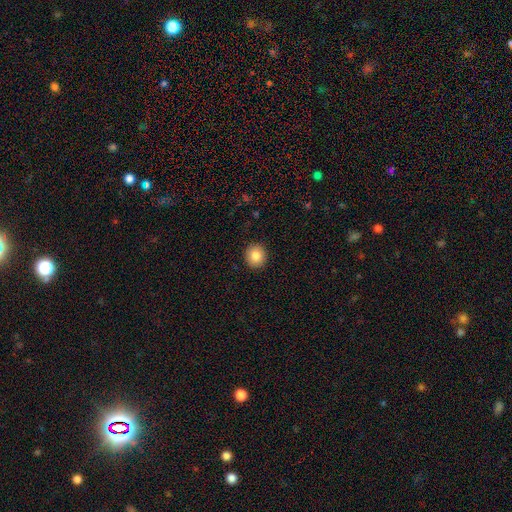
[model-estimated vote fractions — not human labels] Smooth or featured: smooth — 84% (star or artifact — 9%)
How rounded: round — 86% (in between — 13%)
Merging: none — 92% (minor disturbance — 6%)